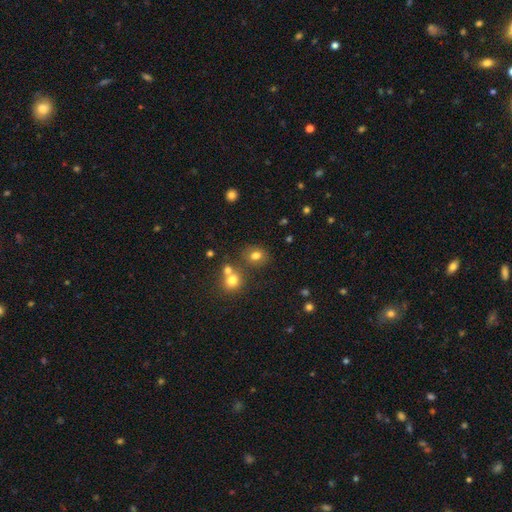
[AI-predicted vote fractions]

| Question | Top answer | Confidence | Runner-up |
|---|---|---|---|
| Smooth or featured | smooth | 76% | star or artifact (15%) |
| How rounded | round | 56% | in between (43%) |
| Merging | none | 71% | merger (13%) |